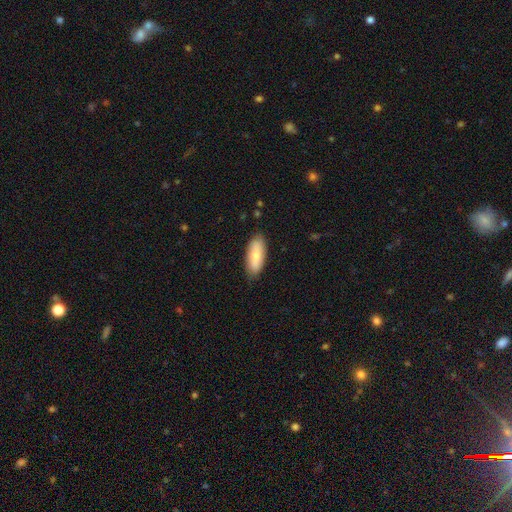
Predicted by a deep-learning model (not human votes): A smooth galaxy with no disk features (75%) that is in between round and cigar-shaped (77%).

Vote fractions:
- Smooth or featured? smooth: 75% / featured or disk: 19% / star or artifact: 6%
- How rounded? in between: 77% / cigar-shaped: 21% / round: 2%
- Merging? none: 83% / minor disturbance: 14% / major disturbance: 2% / merger: 1%